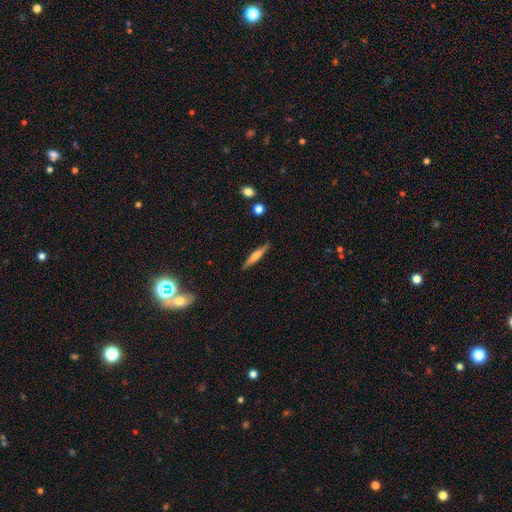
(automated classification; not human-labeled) featured or disk 47%, smooth 46%, star or artifact 6%. Down the decision tree: merging — none (88%).